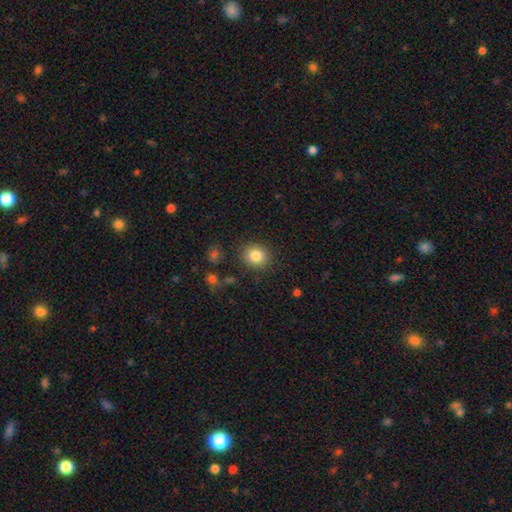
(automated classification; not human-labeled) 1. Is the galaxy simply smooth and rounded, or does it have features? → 84% smooth, 10% star or artifact, 6% featured or disk.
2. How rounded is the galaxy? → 77% round, 23% in between, 1% cigar-shaped.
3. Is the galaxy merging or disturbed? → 87% none, 8% minor disturbance, 3% major disturbance, 2% merger.